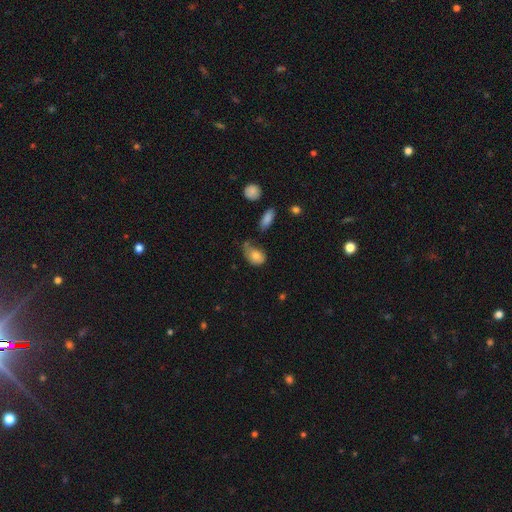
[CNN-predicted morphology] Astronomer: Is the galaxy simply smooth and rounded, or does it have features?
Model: smooth — 74%.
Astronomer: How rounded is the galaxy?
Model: in between — 73%.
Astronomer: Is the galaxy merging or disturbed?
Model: none — 35% (runner-up: minor disturbance, 32%).